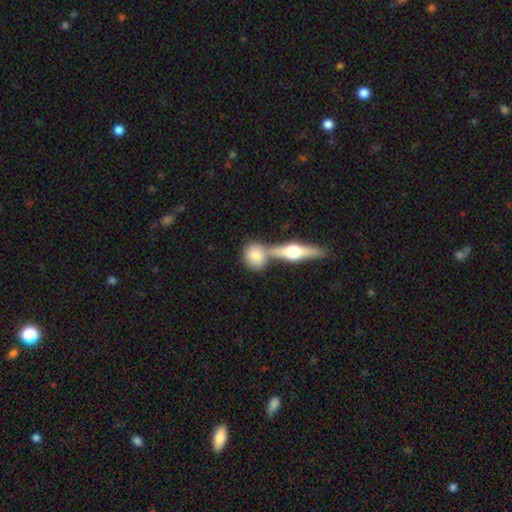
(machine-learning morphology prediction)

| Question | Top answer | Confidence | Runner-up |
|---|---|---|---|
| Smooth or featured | smooth | 67% | featured or disk (26%) |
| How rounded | round | 58% | in between (35%) |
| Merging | none | 48% | merger (38%) |